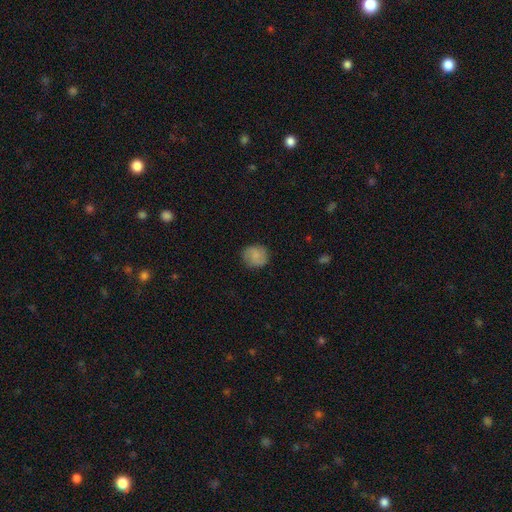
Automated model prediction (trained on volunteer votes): smooth-or-featured: smooth: 73% | featured or disk: 18% | star or artifact: 8%
  how-rounded: round: 82% | in between: 17% | cigar-shaped: 1%
  merging: none: 83% | minor disturbance: 13% | major disturbance: 4% | merger: 1%